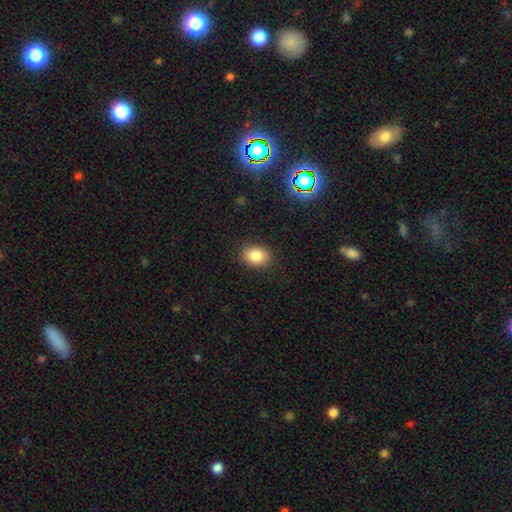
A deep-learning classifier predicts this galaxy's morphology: The model was most divided on "how rounded": in between: 64%, round: 35%, cigar-shaped: 1%. More confident: merging — none (87%); smooth or featured — smooth (85%).